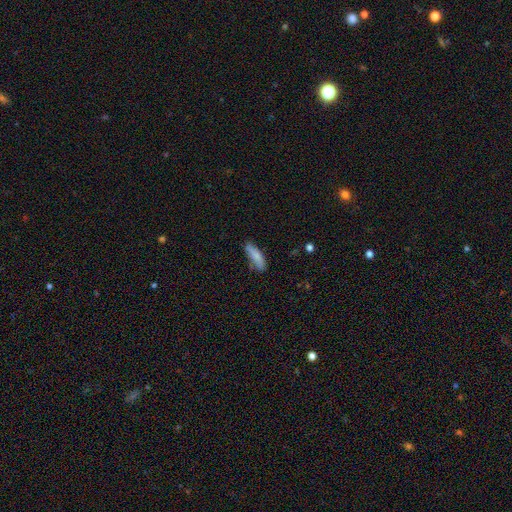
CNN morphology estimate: Smooth or featured? smooth (80%)
How rounded? cigar-shaped (58%)
Merging? none (68%)